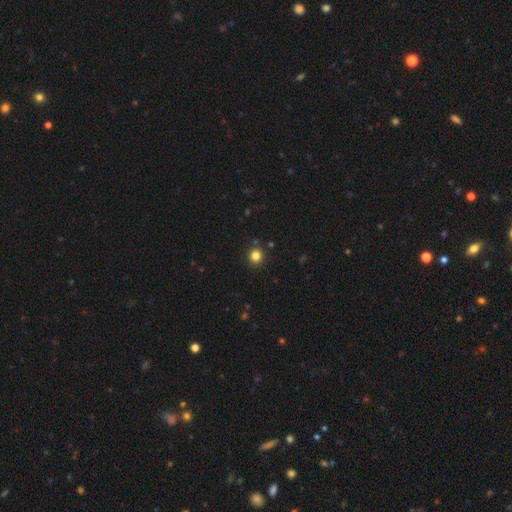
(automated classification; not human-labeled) The model was most divided on "smooth or featured": smooth: 82%, star or artifact: 13%, featured or disk: 5%. More confident: how rounded — round (91%); merging — none (90%).